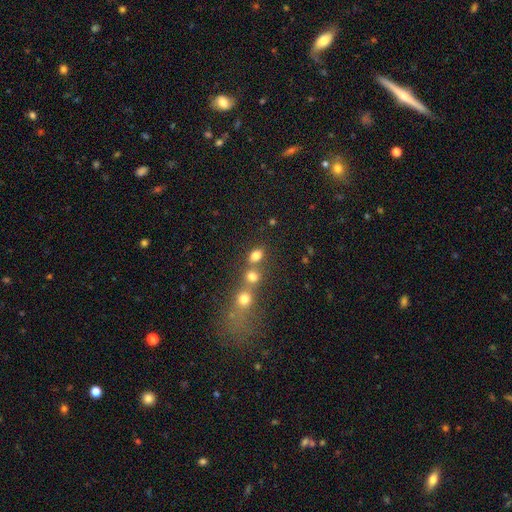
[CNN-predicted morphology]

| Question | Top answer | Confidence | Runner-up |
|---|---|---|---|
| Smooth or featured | smooth | 77% | star or artifact (14%) |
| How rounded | in between | 66% | round (32%) |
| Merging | none | 50% | merger (36%) |